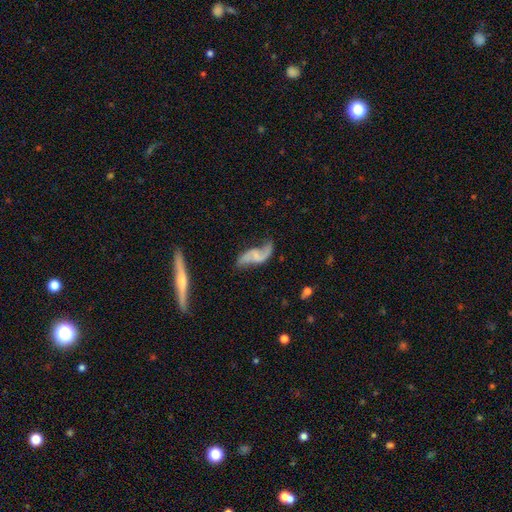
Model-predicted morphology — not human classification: The model was most divided on "bar": no: 48%, weak: 38%, strong: 14%. Remaining: edge-on disk — no (95%); spiral arms — yes (92%); spiral arm count — 2 (90%); spiral winding — loose (83%); smooth or featured — featured or disk (81%); merging — none (58%); bulge size — none (49%).